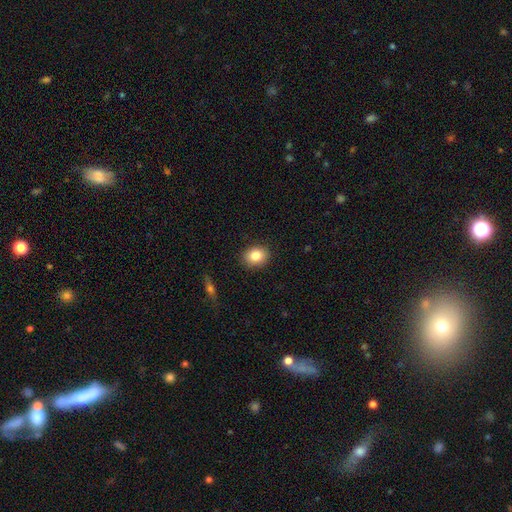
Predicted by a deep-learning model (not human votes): smooth 84%, star or artifact 9%, featured or disk 7%. Down the decision tree: how rounded — round (53%); merging — none (89%).